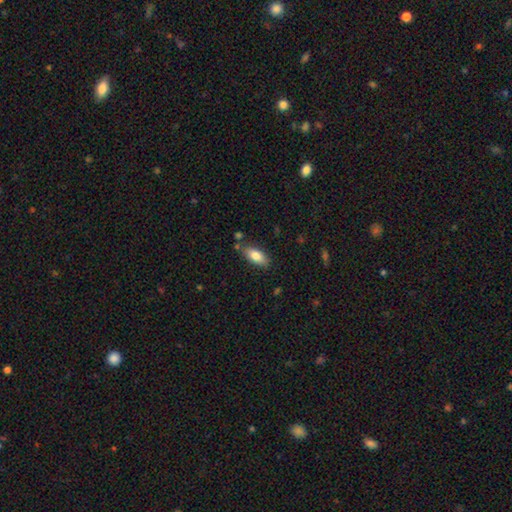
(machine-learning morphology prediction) Smooth or featured?
  - smooth: 82% *
  - featured or disk: 11%
  - star or artifact: 7%
How rounded?
  - in between: 87% *
  - cigar-shaped: 10%
  - round: 2%
Merging?
  - none: 79% *
  - minor disturbance: 14%
  - merger: 4%
  - major disturbance: 3%